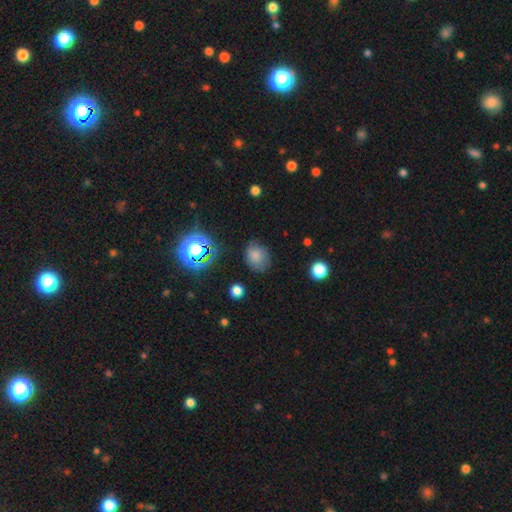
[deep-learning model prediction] The model was most divided on "how rounded": in between: 52%, round: 46%, cigar-shaped: 1%. More confident: smooth or featured — smooth (73%); merging — none (71%).